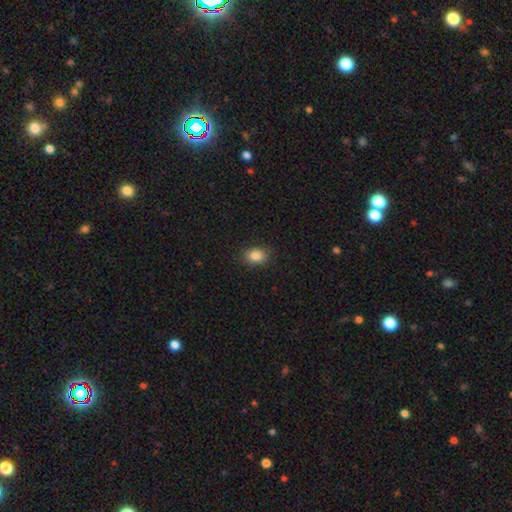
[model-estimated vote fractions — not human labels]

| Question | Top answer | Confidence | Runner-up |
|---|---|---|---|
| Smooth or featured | smooth | 86% | star or artifact (10%) |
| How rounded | in between | 67% | round (32%) |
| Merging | none | 87% | minor disturbance (9%) |